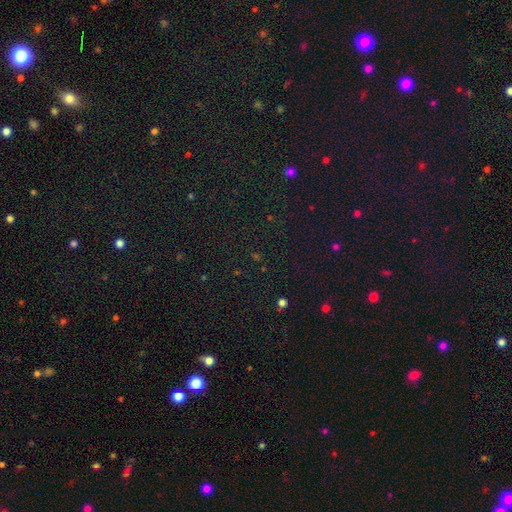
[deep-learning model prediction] Overall: star or artifact (76%).